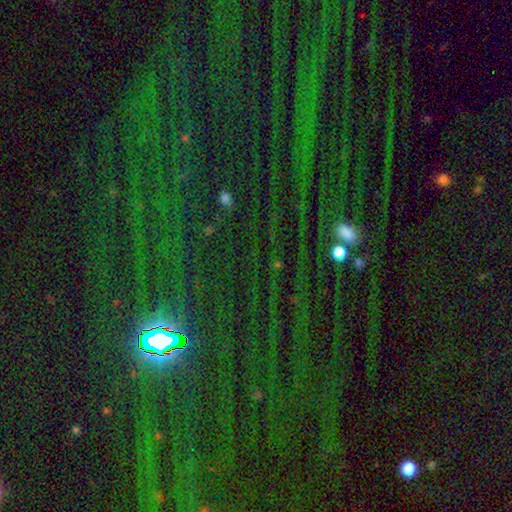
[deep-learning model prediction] This appears to be a star or artifact, not a galaxy (83%).